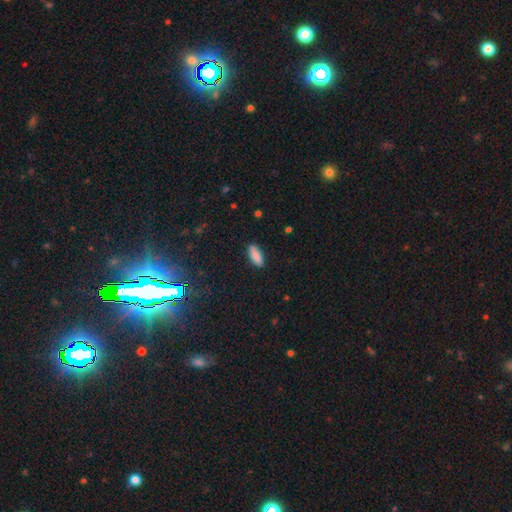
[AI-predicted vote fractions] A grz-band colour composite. It shows a smooth galaxy with no disk features (88%) that is in between round and cigar-shaped (69%). Merging: none (88%).